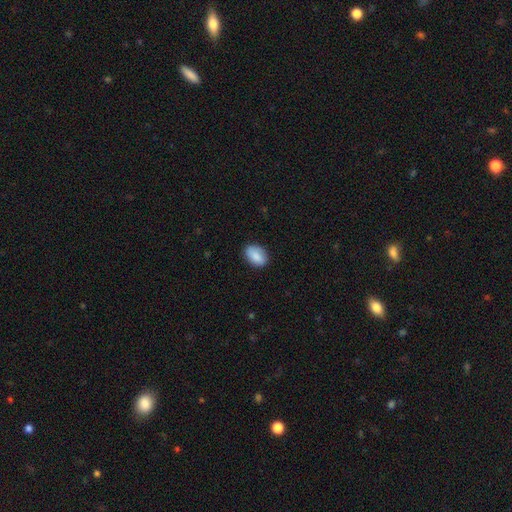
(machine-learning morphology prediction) A smooth galaxy with no disk features (87%) that is in between round and cigar-shaped (86%). Merging: none (84%).